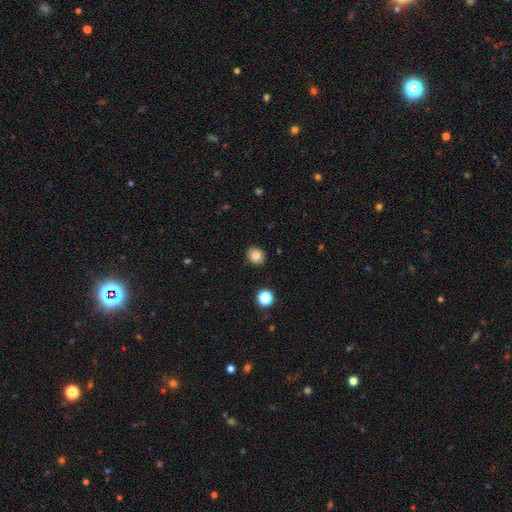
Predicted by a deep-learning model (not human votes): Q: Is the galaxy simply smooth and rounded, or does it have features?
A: smooth — 82%.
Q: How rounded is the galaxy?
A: round — 76%.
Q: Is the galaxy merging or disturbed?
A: none — 88%.